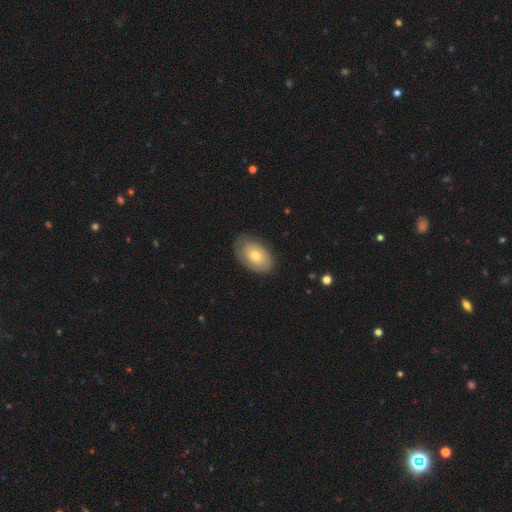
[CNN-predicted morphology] Smooth or featured?
  - smooth: 59% *
  - featured or disk: 35%
  - star or artifact: 6%
How rounded?
  - in between: 88% *
  - round: 10%
  - cigar-shaped: 1%
Merging?
  - none: 71% *
  - minor disturbance: 22%
  - major disturbance: 6%
  - merger: 1%